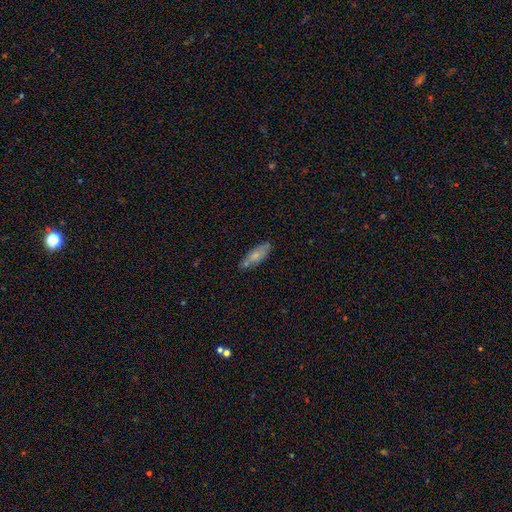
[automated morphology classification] This appears to be a smooth galaxy with no disk features (72%) that is in between round and cigar-shaped (59%). Merging: none (71%).